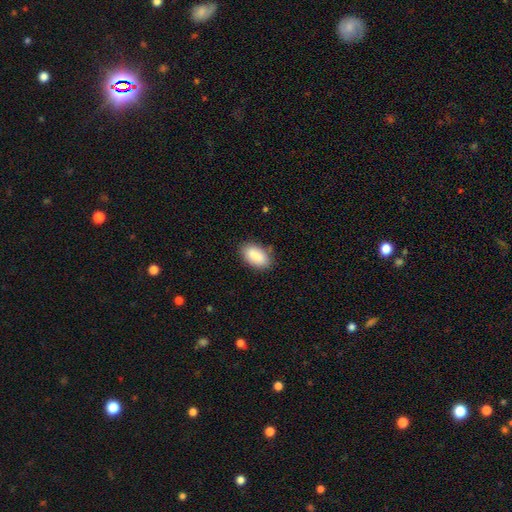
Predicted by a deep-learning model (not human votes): smooth 89%, star or artifact 6%, featured or disk 5%. Down the decision tree: how rounded — in between (94%); merging — none (84%).